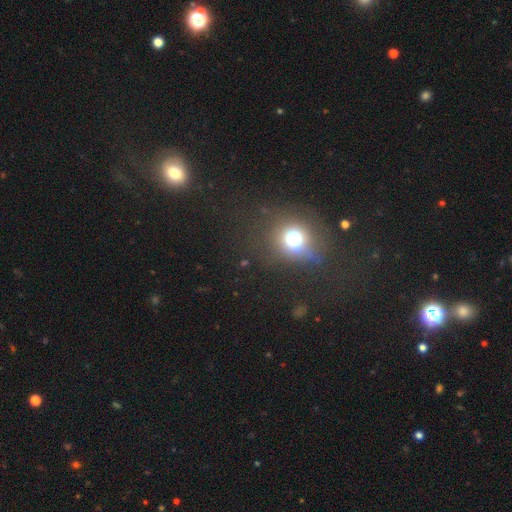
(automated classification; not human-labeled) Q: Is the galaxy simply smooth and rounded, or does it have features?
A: smooth — 52%.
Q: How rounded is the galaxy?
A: round — 75%.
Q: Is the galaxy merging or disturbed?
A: none — 81%.